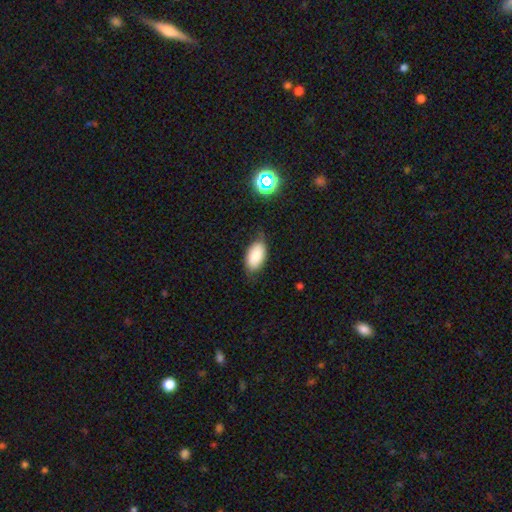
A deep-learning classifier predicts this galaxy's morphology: smooth_or_featured: smooth (p=0.83) [alt: featured or disk p=0.09]
how_rounded: in between (p=0.94) [alt: round p=0.04]
merging: none (p=0.73) [alt: minor disturbance p=0.21]